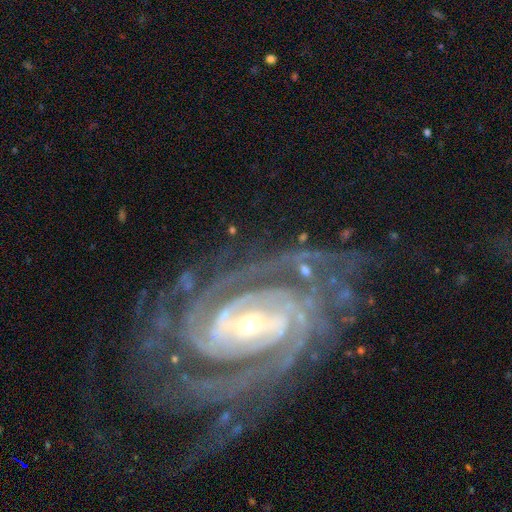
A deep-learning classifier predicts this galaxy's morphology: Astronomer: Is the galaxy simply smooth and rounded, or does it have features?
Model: featured or disk — 92%.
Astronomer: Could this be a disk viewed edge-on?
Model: no — 96%.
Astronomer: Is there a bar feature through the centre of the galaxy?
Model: strong — 42% (runner-up: weak, 33%).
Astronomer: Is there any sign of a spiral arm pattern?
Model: yes — 99%.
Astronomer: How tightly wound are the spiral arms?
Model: tight — 78%.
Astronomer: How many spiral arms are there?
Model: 2 — 27% (runner-up: 3, 20%).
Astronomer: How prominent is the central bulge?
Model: small — 58% (runner-up: moderate, 37%).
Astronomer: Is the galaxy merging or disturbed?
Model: none — 73%.